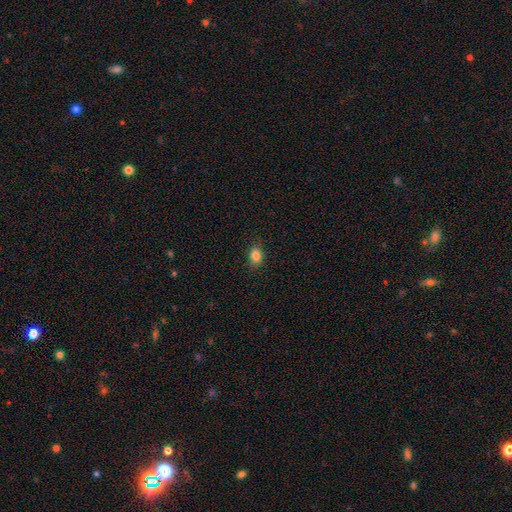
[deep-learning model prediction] smooth_or_featured: smooth (p=0.85) [alt: star or artifact p=0.10]
how_rounded: in between (p=0.70) [alt: round p=0.28]
merging: none (p=0.83) [alt: minor disturbance p=0.13]